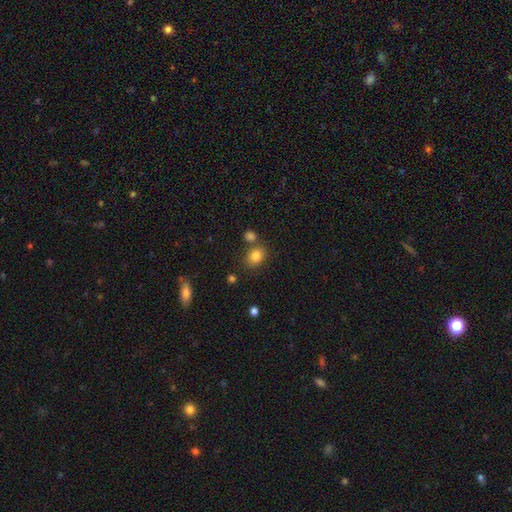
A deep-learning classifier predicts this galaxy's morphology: Overall: smooth (83%). How rounded: in between (52%; round 46%). Merging: none (68%).